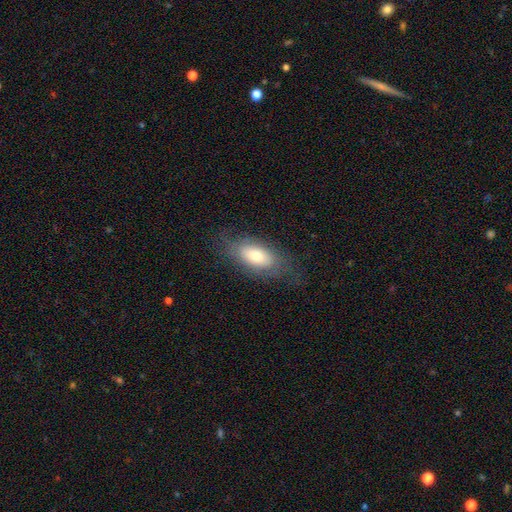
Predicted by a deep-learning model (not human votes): smooth 67%, featured or disk 26%, star or artifact 7%. Down the decision tree: how rounded — in between (87%); merging — none (71%).